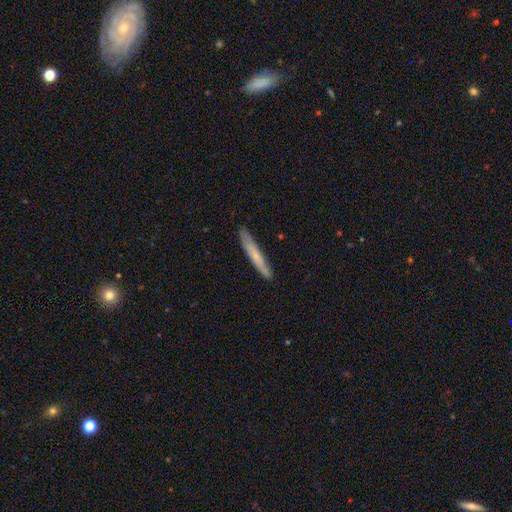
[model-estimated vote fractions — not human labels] Smooth or featured? smooth (60%)
How rounded? cigar-shaped (95%)
Merging? none (87%)